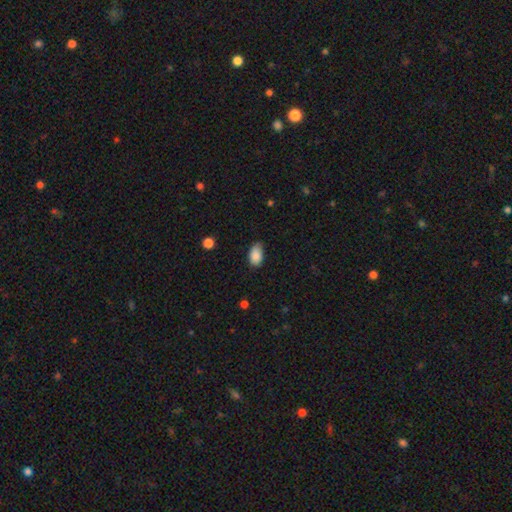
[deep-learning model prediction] smooth-or-featured: smooth: 87% | star or artifact: 8% | featured or disk: 5%
  how-rounded: in between: 92% | round: 7% | cigar-shaped: 1%
  merging: none: 63% | minor disturbance: 31% | major disturbance: 5% | merger: 1%